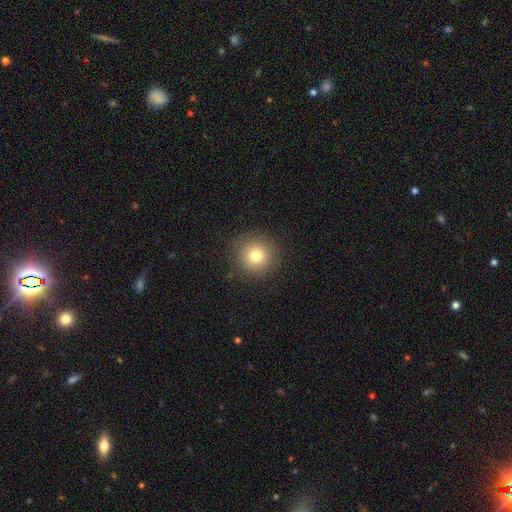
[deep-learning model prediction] Smooth or featured?
  - smooth: 78% *
  - star or artifact: 12%
  - featured or disk: 9%
How rounded?
  - round: 94% *
  - in between: 5%
  - cigar-shaped: 1%
Merging?
  - none: 89% *
  - minor disturbance: 7%
  - major disturbance: 3%
  - merger: 1%